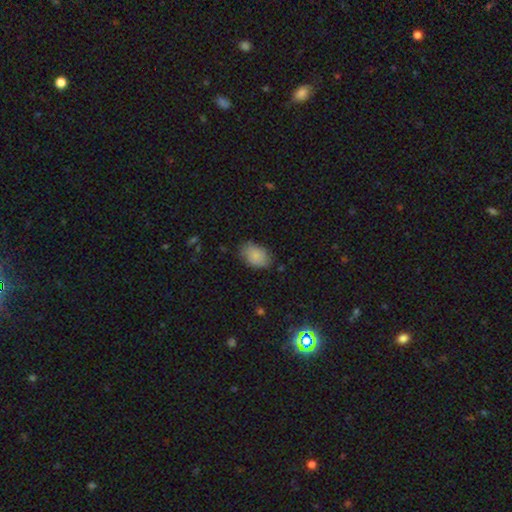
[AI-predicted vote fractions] This appears to be a smooth galaxy with no disk features (82%) that is in between round and cigar-shaped (83%). Merging: none (73%).